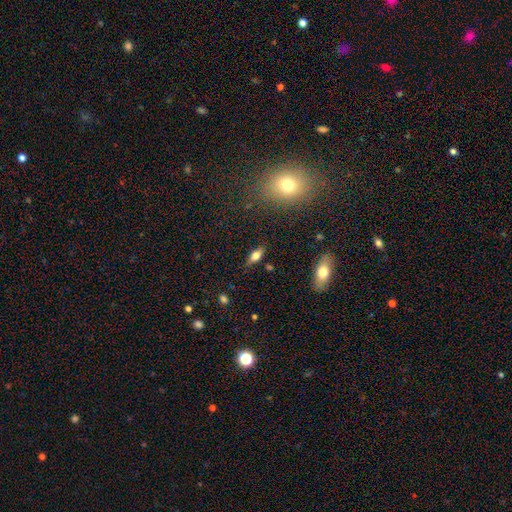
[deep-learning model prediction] This is possibly a smooth galaxy (56%). How rounded: likely in between (71%). Merging: clearly none (83%).